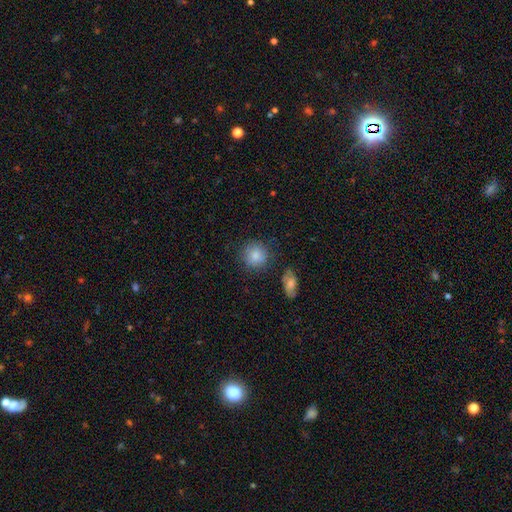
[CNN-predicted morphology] Q: Smooth or featured?
A: smooth (84%); runner-up: star or artifact (9%)
Q: How rounded?
A: round (89%); runner-up: in between (10%)
Q: Merging?
A: none (80%); runner-up: minor disturbance (12%)